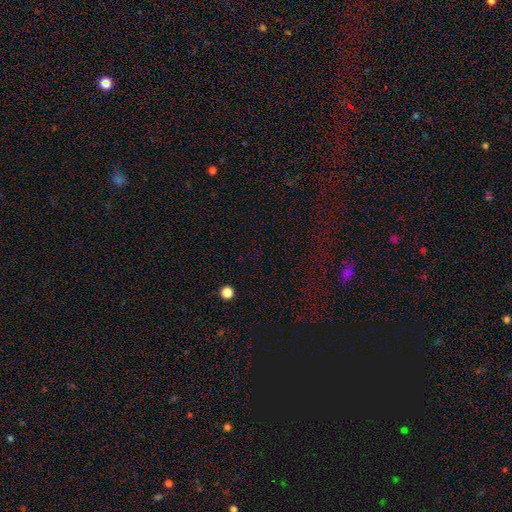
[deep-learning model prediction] The model was most divided on "smooth or featured": star or artifact: 57%, smooth: 37%, featured or disk: 6%.